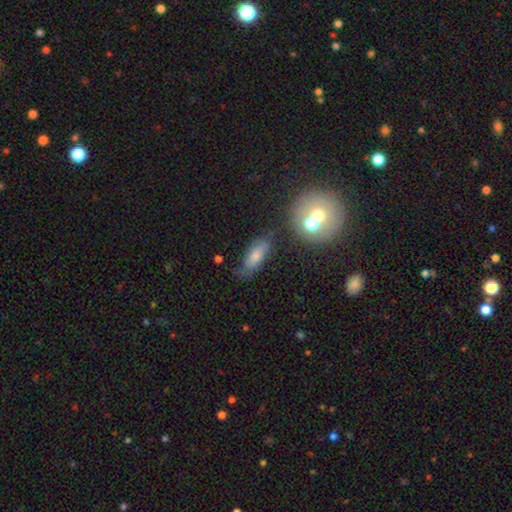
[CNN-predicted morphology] Smooth or featured? Predicted: smooth (p=0.59). How rounded? Predicted: in between (p=0.68). Merging? Predicted: none (p=0.60).